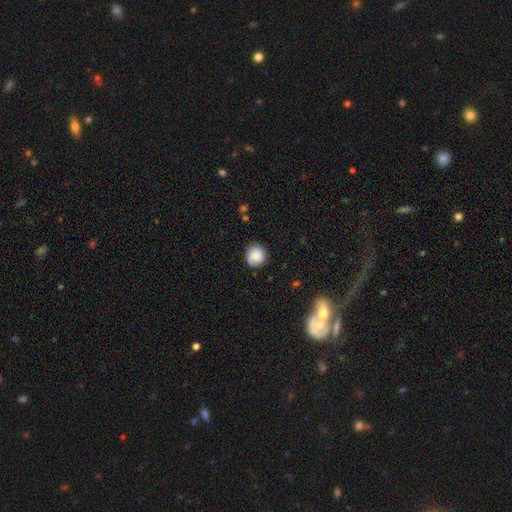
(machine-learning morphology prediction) type=smooth (73%); roundness=round (88%); merging=none (82%).